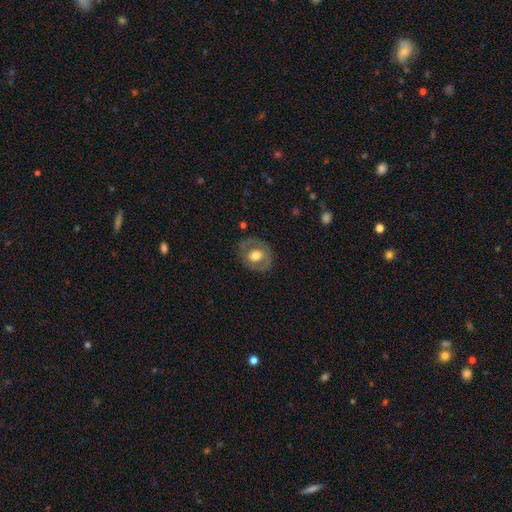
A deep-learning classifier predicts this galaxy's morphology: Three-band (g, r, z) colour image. It shows a featured or disk galaxy (50%). Merging: none (77%).